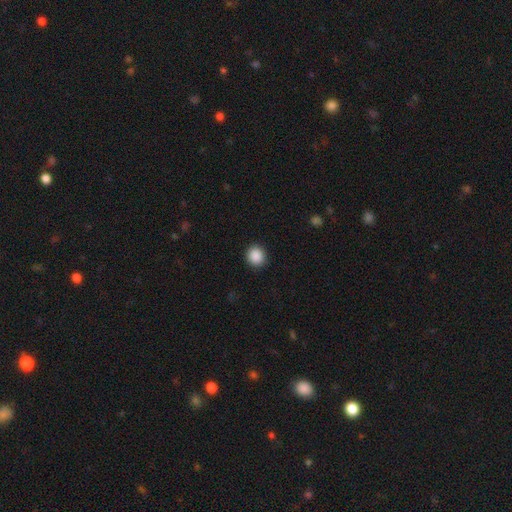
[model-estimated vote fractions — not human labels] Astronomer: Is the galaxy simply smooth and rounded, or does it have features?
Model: smooth — 89%.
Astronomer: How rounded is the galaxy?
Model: round — 89%.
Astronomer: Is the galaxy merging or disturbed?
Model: none — 92%.